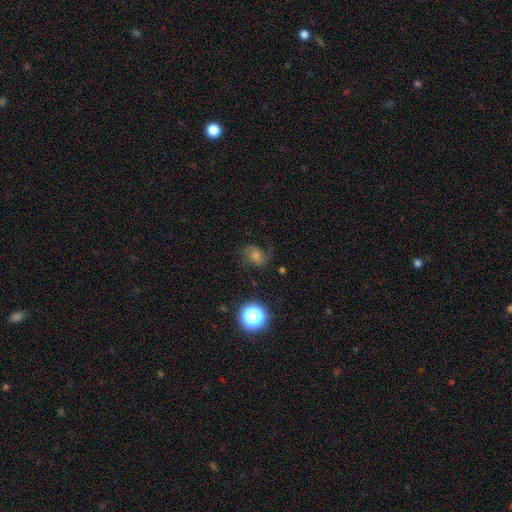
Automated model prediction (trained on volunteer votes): Overall: featured or disk (53%; smooth 26%). Edge-on disk: no (97%). Bar: no (60%; weak 32%). Spiral arms: yes (92%). Bulge size: moderate (48%; small 30%). Merging: none (67%).